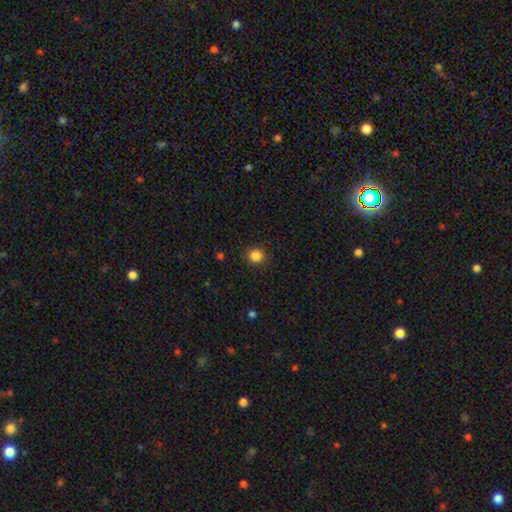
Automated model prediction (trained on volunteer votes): A smooth galaxy with no disk features (85%) that is round (93%). Merging: none (91%).